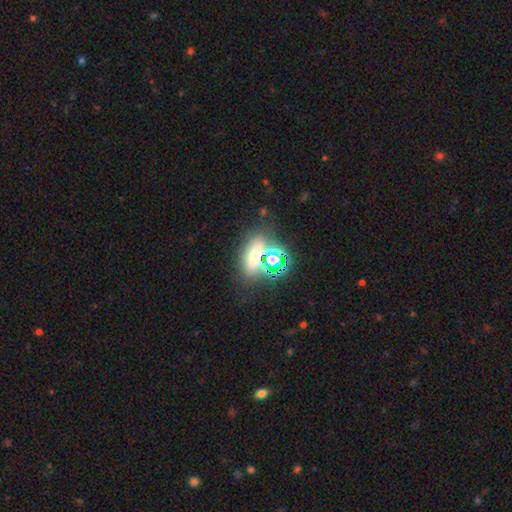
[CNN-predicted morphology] Smooth or featured?
  - smooth: 46% *
  - star or artifact: 38%
  - featured or disk: 16%
Merging?
  - none: 64% *
  - merger: 16%
  - minor disturbance: 14%
  - major disturbance: 7%